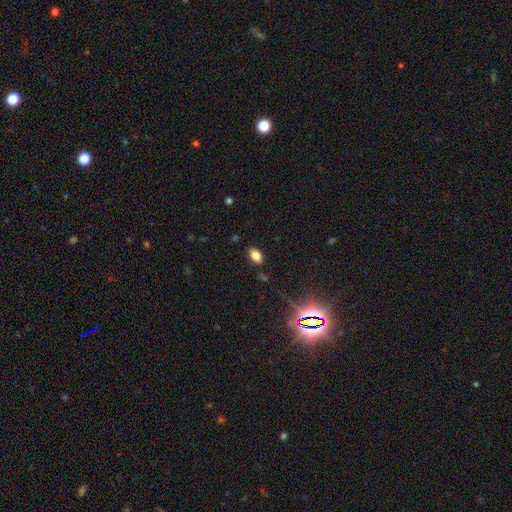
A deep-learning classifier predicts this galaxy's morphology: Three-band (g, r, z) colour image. It shows a smooth galaxy with no disk features (80%) that is in between round and cigar-shaped (89%). Merging: none (87%).